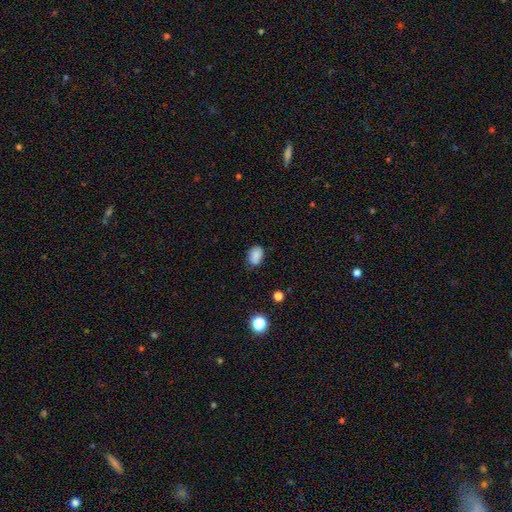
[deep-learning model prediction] smooth_or_featured: smooth (p=0.84) [alt: star or artifact p=0.10]
how_rounded: in between (p=0.80) [alt: round p=0.19]
merging: none (p=0.71) [alt: minor disturbance p=0.24]